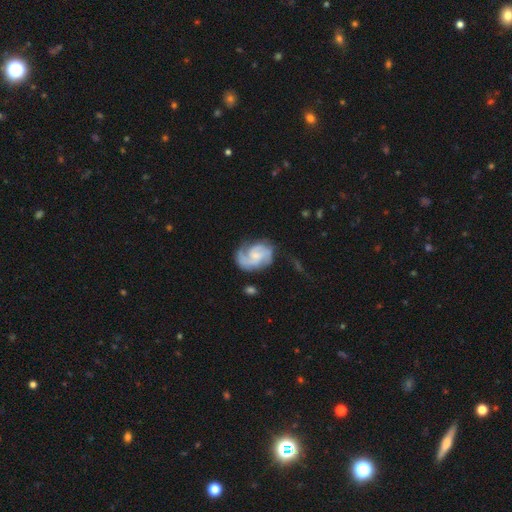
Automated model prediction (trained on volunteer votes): Smooth or featured? Predicted: featured or disk (p=0.86). Edge-on disk? Predicted: no (p=0.98). Bar? Predicted: no (p=0.54). Spiral arms? Predicted: yes (p=0.97). Spiral winding? Predicted: medium (p=0.46). Spiral arm count? Predicted: 2 (p=0.60). Bulge size? Predicted: small (p=0.57). Merging? Predicted: none (p=0.64).